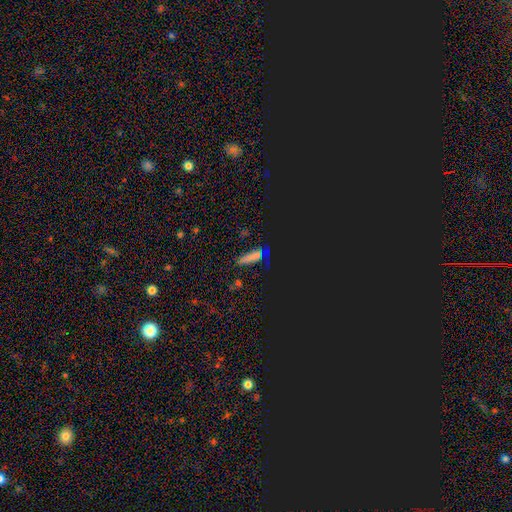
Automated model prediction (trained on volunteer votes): A star or artifact, not a galaxy (48%).

Vote fractions:
- Smooth or featured? star or artifact: 48% / smooth: 42% / featured or disk: 9%